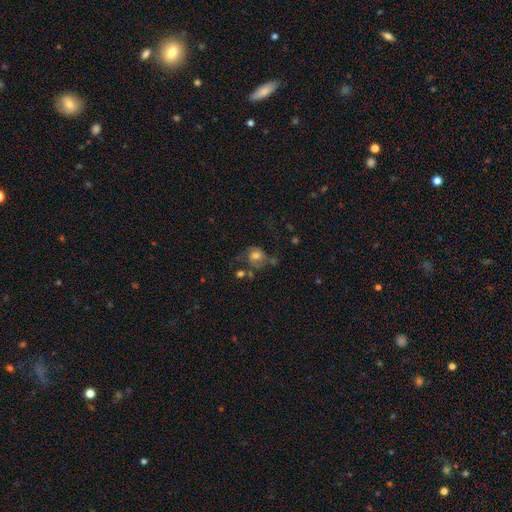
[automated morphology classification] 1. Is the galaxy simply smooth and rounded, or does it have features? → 44% featured or disk (tied), 44% smooth (tied), 12% star or artifact.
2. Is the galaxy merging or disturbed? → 46% none, 22% minor disturbance, 20% major disturbance, 11% merger.